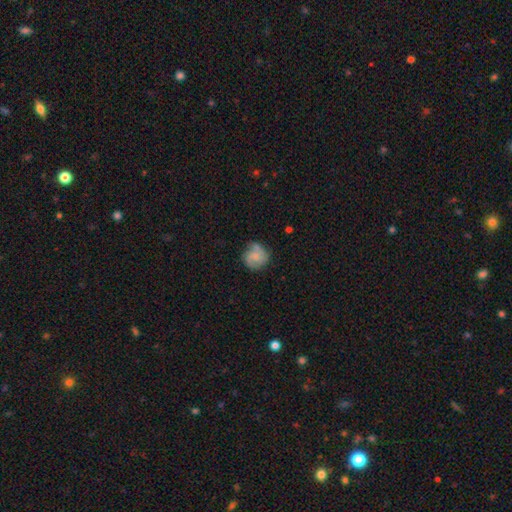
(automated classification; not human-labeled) Smooth or featured?
  - smooth: 50% *
  - featured or disk: 42%
  - star or artifact: 8%
How rounded?
  - round: 84% *
  - in between: 15%
  - cigar-shaped: 1%
Merging?
  - none: 65% *
  - minor disturbance: 24%
  - major disturbance: 8%
  - merger: 3%